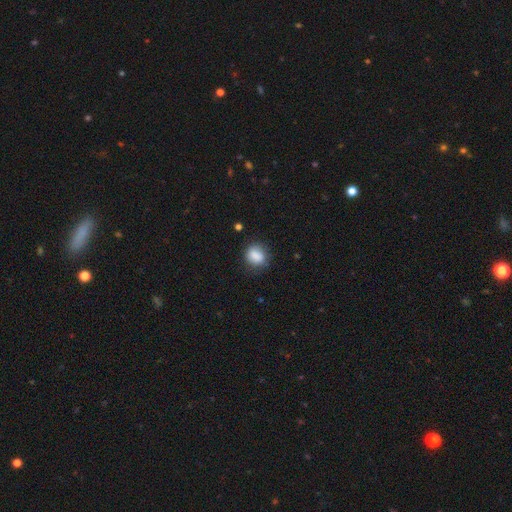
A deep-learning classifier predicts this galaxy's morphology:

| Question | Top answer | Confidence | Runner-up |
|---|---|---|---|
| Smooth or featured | smooth | 86% | star or artifact (9%) |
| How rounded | round | 65% | in between (34%) |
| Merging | none | 74% | minor disturbance (19%) |